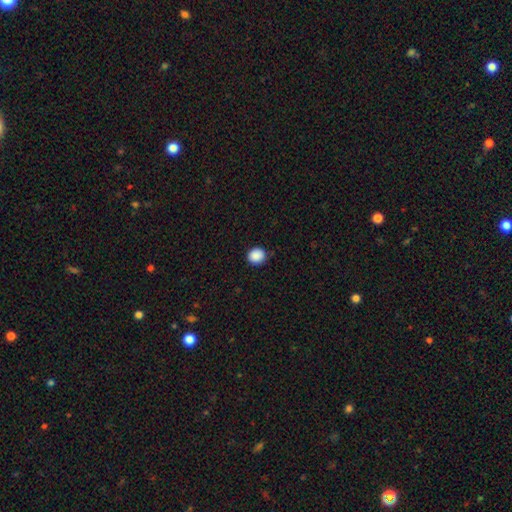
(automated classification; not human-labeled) A smooth galaxy with no disk features (89%) that is round (83%). Merging: none (88%).